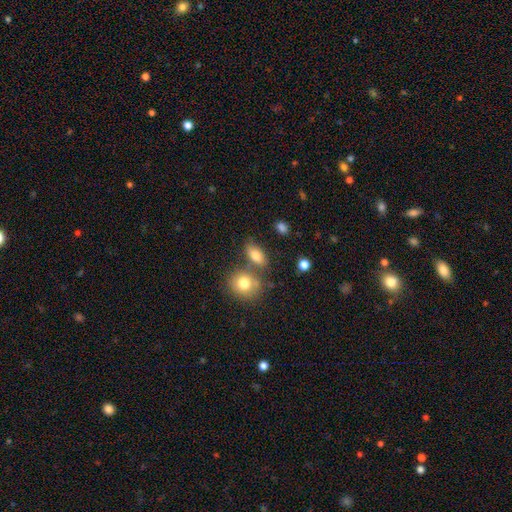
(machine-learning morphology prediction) Q: Smooth or featured?
A: smooth (79%); runner-up: featured or disk (11%)
Q: How rounded?
A: in between (82%); runner-up: round (13%)
Q: Merging?
A: none (61%); runner-up: merger (22%)